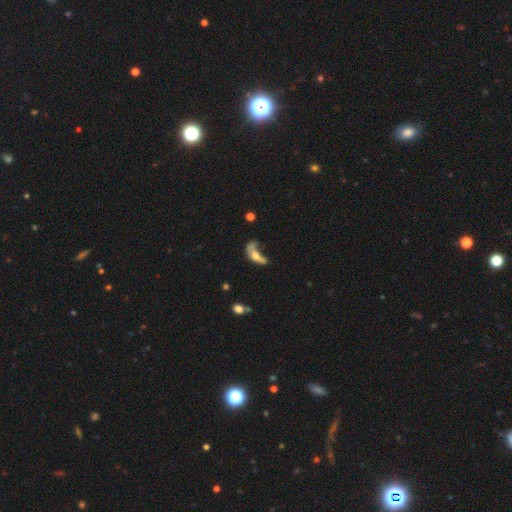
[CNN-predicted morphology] This is possibly a smooth galaxy (48%). Merging: marginally major disturbance (41%).